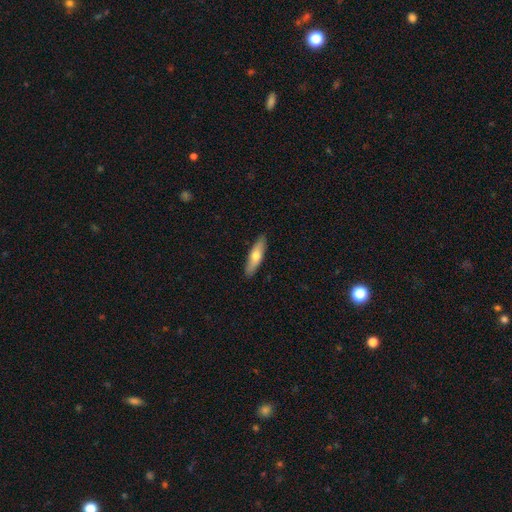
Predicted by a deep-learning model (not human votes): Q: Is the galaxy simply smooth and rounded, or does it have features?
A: smooth — 63%.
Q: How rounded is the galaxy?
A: cigar-shaped — 64%.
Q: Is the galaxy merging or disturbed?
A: none — 89%.